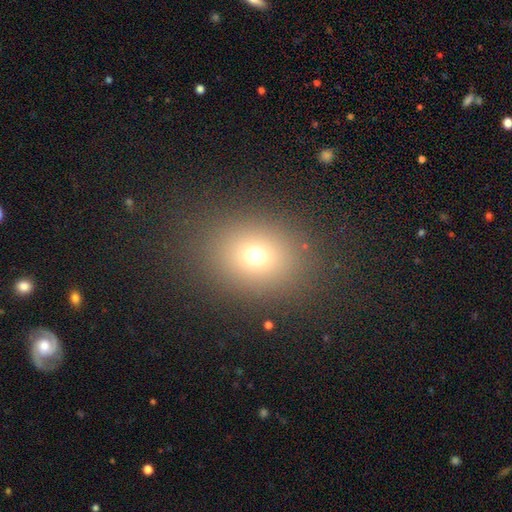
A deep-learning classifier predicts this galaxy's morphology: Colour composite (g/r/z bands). It shows a smooth galaxy with no disk features (70%) that is round (56%). Merging: none (85%).